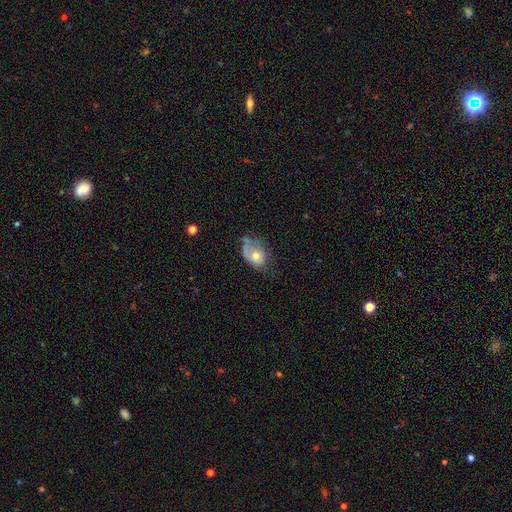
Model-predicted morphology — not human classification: The model was most divided on "merging" (2-way tie): minor disturbance: 32%, major disturbance: 32%, none: 29%, merger: 7%. More confident: how rounded — in between (71%); smooth or featured — smooth (57%).